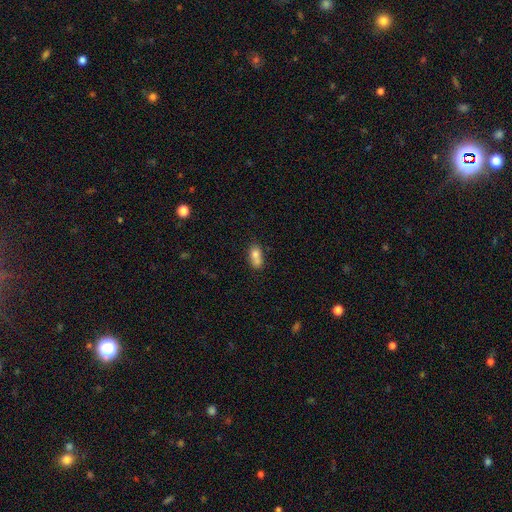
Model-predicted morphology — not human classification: The model was most divided on "merging": none: 38%, merger: 37%, minor disturbance: 19%, major disturbance: 7%. More confident: how rounded — in between (79%); smooth or featured — smooth (75%).